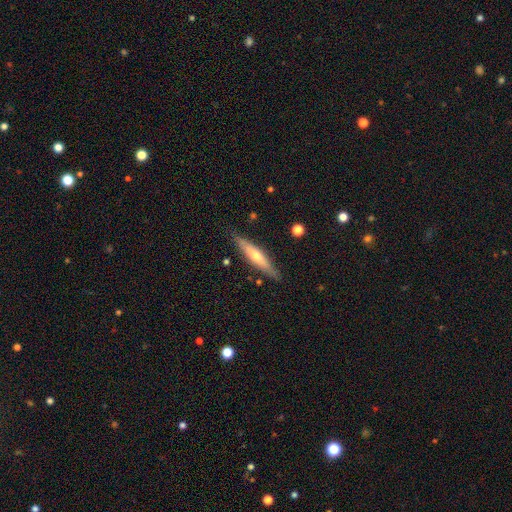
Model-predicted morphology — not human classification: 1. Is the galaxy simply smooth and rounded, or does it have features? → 55% featured or disk, 39% smooth, 6% star or artifact.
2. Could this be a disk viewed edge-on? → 92% yes, 8% no.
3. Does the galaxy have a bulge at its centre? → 79% rounded, 16% none, 5% boxy.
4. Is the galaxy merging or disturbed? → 87% none, 10% minor disturbance, 2% major disturbance, 1% merger.